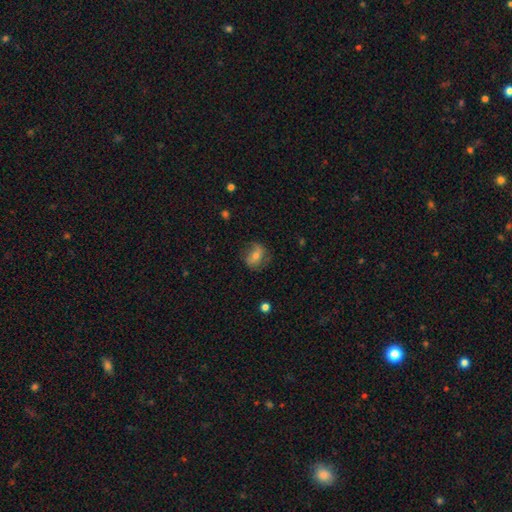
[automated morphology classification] A featured or disk galaxy (49%).

Vote fractions:
- Smooth or featured? featured or disk: 49% / smooth: 41% / star or artifact: 11%
- Merging? none: 65% / minor disturbance: 22% / major disturbance: 12% / merger: 1%